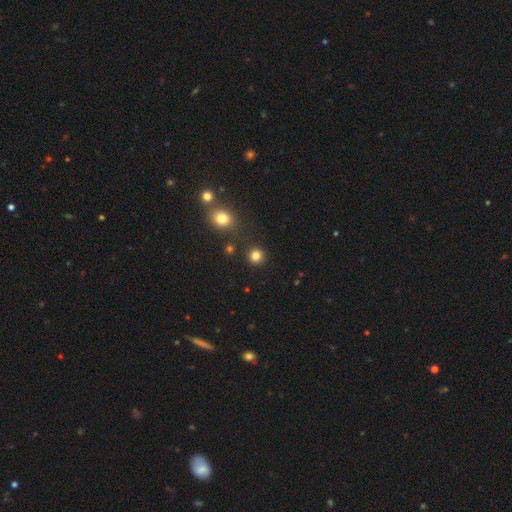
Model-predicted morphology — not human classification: A smooth galaxy with no disk features (82%) that is round (92%). Merging: none (89%).